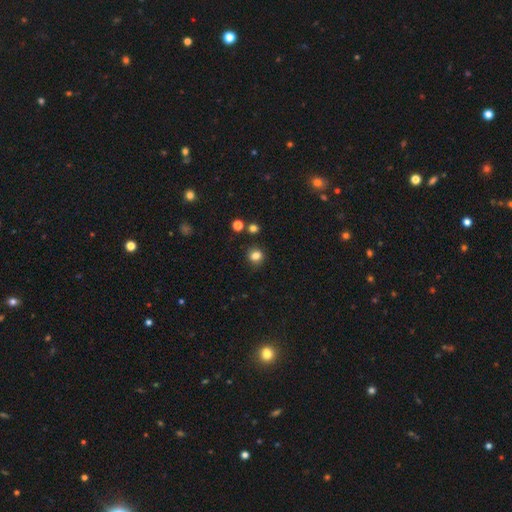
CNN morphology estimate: Smooth or featured? smooth (82%)
How rounded? round (85%)
Merging? none (86%)